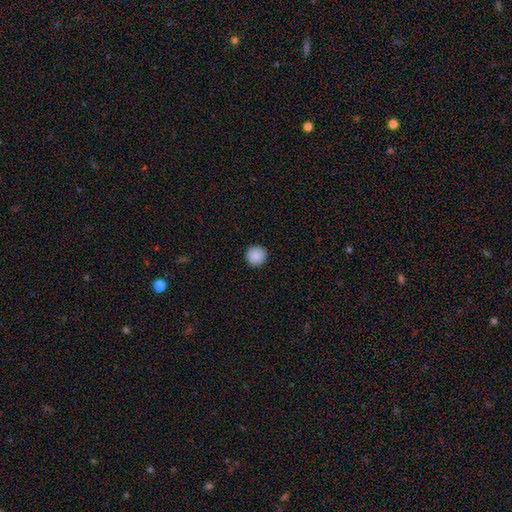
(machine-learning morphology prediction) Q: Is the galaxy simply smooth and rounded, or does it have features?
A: smooth — 89%.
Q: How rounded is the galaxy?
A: round — 95%.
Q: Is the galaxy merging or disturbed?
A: none — 92%.